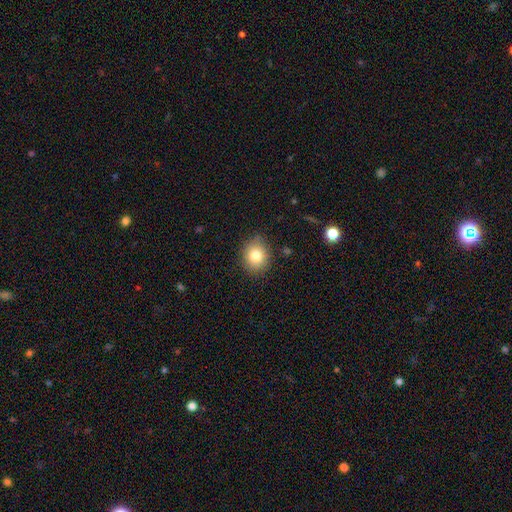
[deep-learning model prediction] Morphology: type=smooth (80%); roundness=round (71%); merging=none (83%).